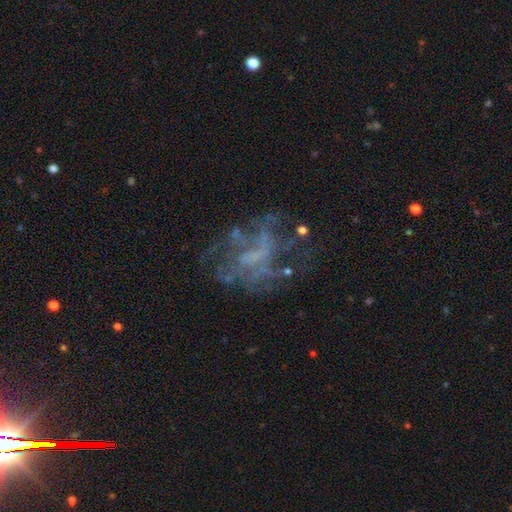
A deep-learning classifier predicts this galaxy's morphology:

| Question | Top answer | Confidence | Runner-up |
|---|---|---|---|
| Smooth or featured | featured or disk | 66% | star or artifact (21%) |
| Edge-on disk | no | 97% | yes (3%) |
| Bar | no | 70% | weak (23%) |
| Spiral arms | no | 62% | yes (38%) |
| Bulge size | none | 70% | small (16%) |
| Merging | none | 48% | major disturbance (32%) |